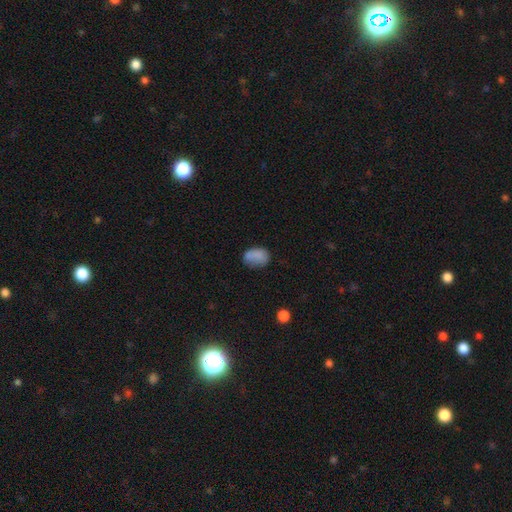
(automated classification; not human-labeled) Smooth or featured: smooth — 81% (star or artifact — 10%)
How rounded: in between — 76% (round — 23%)
Merging: none — 59% (minor disturbance — 28%)